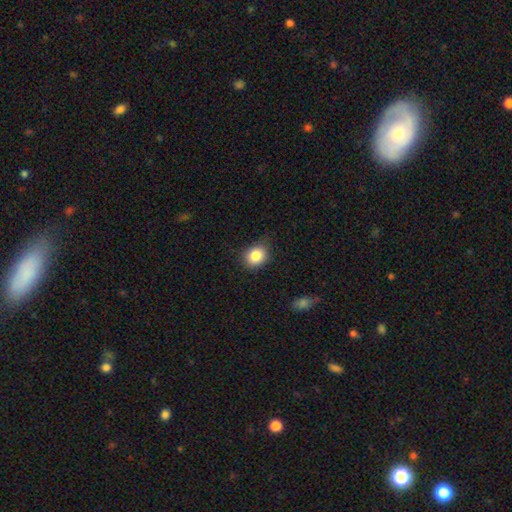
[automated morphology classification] smooth-or-featured: smooth: 85% | star or artifact: 10% | featured or disk: 6%
  how-rounded: round: 55% | in between: 44% | cigar-shaped: 1%
  merging: none: 80% | minor disturbance: 16% | major disturbance: 3% | merger: 1%